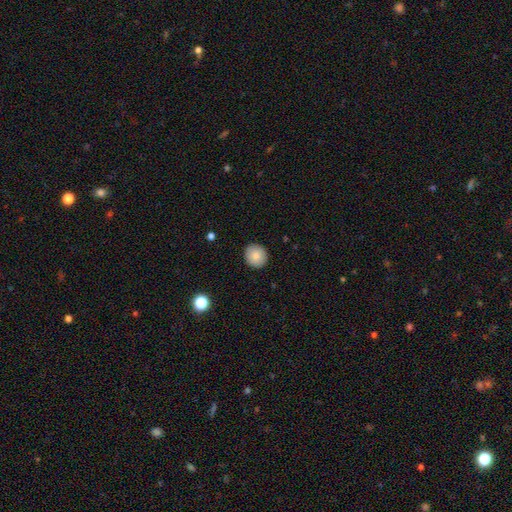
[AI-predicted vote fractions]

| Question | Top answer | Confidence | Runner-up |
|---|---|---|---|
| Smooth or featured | smooth | 84% | featured or disk (8%) |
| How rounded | round | 91% | in between (8%) |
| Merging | none | 91% | minor disturbance (6%) |